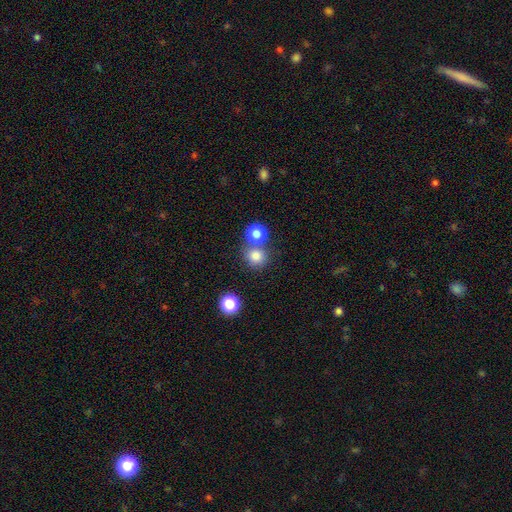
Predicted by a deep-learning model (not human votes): Q: Smooth or featured?
A: smooth (80%); runner-up: star or artifact (14%)
Q: How rounded?
A: round (89%); runner-up: in between (11%)
Q: Merging?
A: none (64%); runner-up: merger (25%)